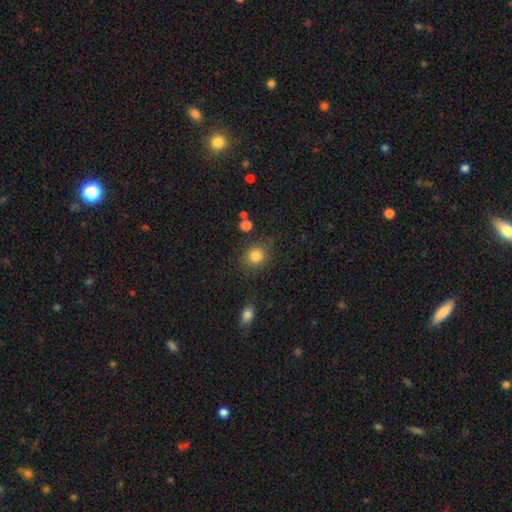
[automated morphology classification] smooth-or-featured: smooth: 84% | star or artifact: 11% | featured or disk: 6%
  how-rounded: round: 80% | in between: 19% | cigar-shaped: 1%
  merging: none: 79% | minor disturbance: 12% | major disturbance: 5% | merger: 4%